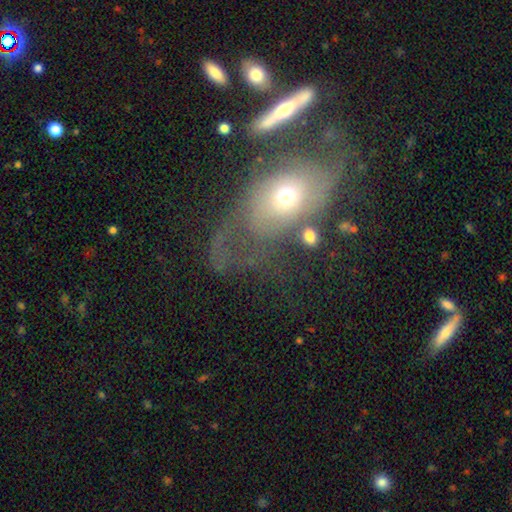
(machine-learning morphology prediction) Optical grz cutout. It shows a featured or disk galaxy (60%) with no bar (80%), spiral arms (63%) and a moderate central bulge (51%). Merging: major disturbance (35%).